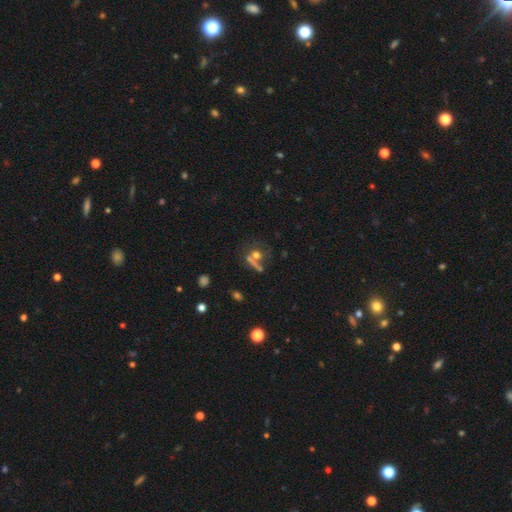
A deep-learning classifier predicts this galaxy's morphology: Smooth or featured? Predicted: smooth (p=0.55). How rounded? Predicted: round (p=0.69). Merging? Predicted: none (p=0.46).